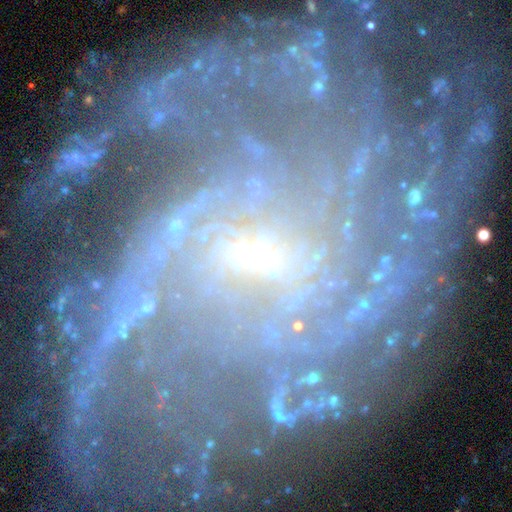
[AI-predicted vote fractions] Smooth or featured: featured or disk — 86% (star or artifact — 9%)
Edge-on disk: no — 97% (yes — 3%)
Bar: weak — 45% (no — 38%)
Spiral arms: yes — 96% (no — 4%)
Spiral winding: tight — 53% (medium — 34%)
Spiral arm count: can't tell — 27% (2 — 18%)
Bulge size: small — 76% (moderate — 15%)
Merging: none — 59% (minor disturbance — 20%)